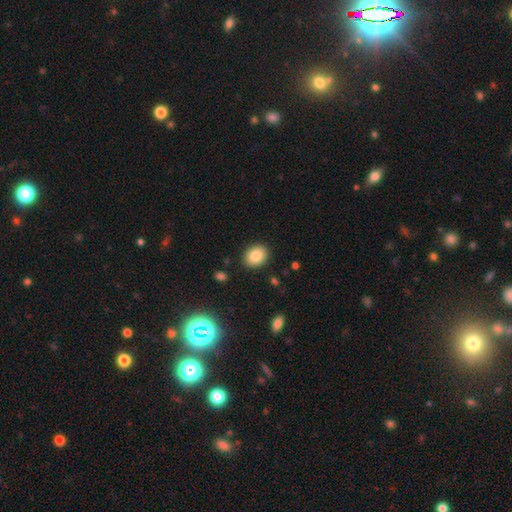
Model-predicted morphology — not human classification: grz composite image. It shows a smooth galaxy with no disk features (84%) that is round (51%). Merging: none (89%).